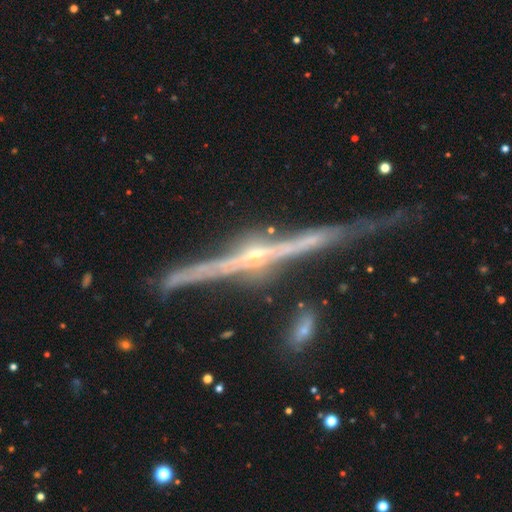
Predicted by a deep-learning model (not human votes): smooth_or_featured: featured or disk (p=0.90) [alt: star or artifact p=0.06]
disk_edge_on: yes (p=0.98) [alt: no p=0.02]
edge_on_bulge: rounded (p=0.78) [alt: none p=0.14]
merging: none (p=0.70) [alt: minor disturbance p=0.18]